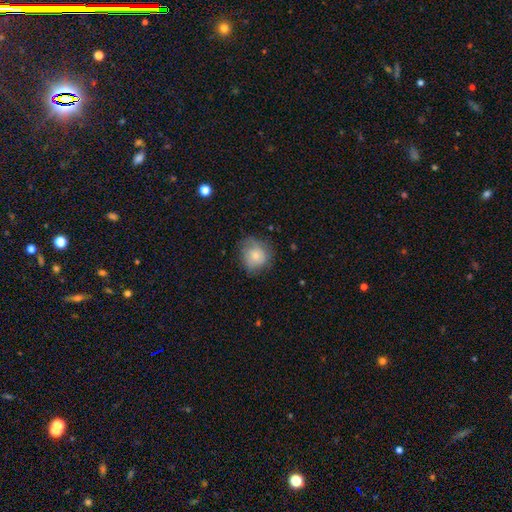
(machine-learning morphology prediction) A smooth galaxy with no disk features (75%) that is round (76%).

Vote fractions:
- Smooth or featured? smooth: 75% / featured or disk: 17% / star or artifact: 8%
- How rounded? round: 76% / in between: 23% / cigar-shaped: 1%
- Merging? none: 61% / minor disturbance: 27% / major disturbance: 10% / merger: 1%